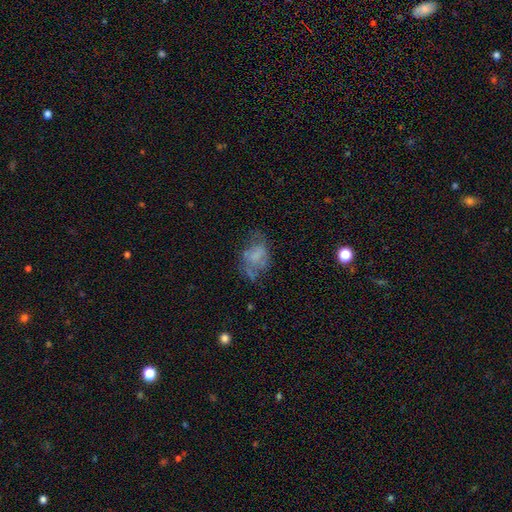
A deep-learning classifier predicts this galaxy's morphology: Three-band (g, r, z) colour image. It shows a smooth galaxy with no disk features (46%). Merging: none (39%).